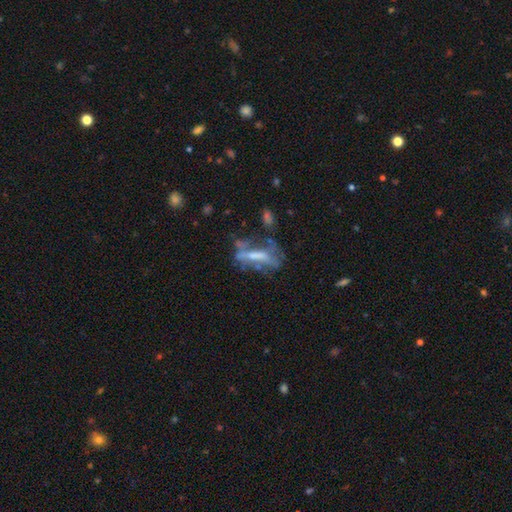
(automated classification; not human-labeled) Smooth or featured?
  - featured or disk: 60% *
  - smooth: 27%
  - star or artifact: 13%
Edge-on disk?
  - no: 69% *
  - yes: 31%
Merging?
  - none: 38% *
  - major disturbance: 30%
  - minor disturbance: 22%
  - merger: 11%